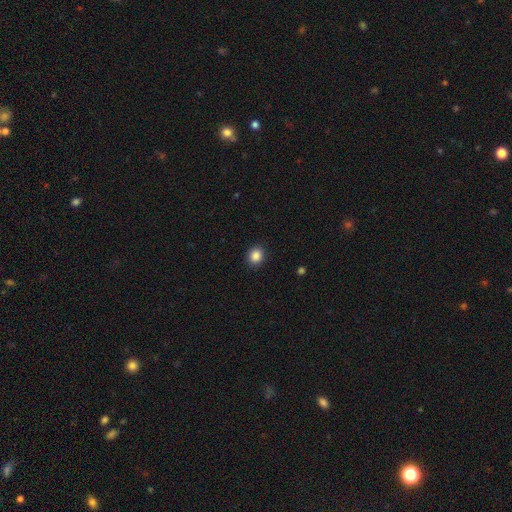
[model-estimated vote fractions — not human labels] Morphology: type=smooth (87%); roundness=round (76%); merging=none (91%).